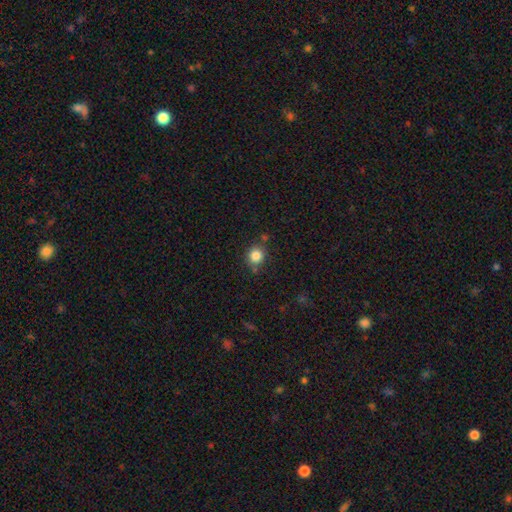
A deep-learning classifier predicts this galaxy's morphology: Q: Smooth or featured?
A: smooth (84%); runner-up: star or artifact (11%)
Q: How rounded?
A: round (84%); runner-up: in between (15%)
Q: Merging?
A: none (78%); runner-up: minor disturbance (12%)